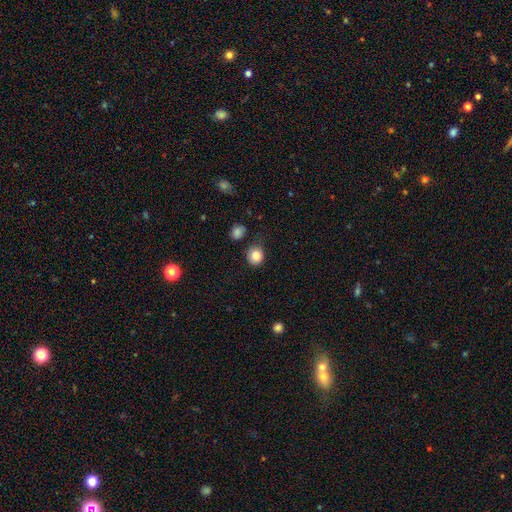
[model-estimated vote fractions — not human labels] Overall: smooth (83%). How rounded: round (82%). Merging: none (76%).